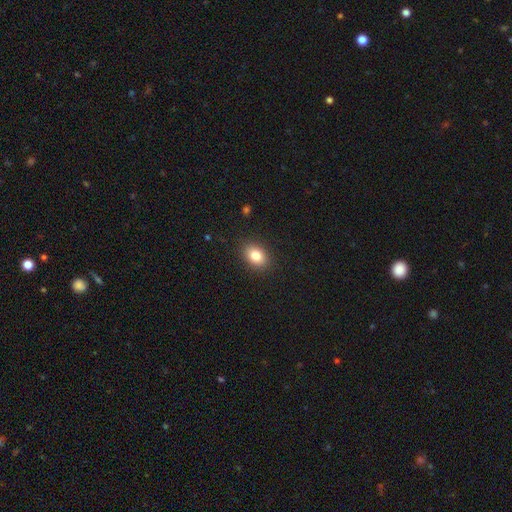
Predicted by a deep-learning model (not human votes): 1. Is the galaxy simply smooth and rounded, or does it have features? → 83% smooth, 9% star or artifact, 8% featured or disk.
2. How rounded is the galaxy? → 75% in between, 23% round, 1% cigar-shaped.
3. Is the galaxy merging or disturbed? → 89% none, 8% minor disturbance, 2% major disturbance, 1% merger.